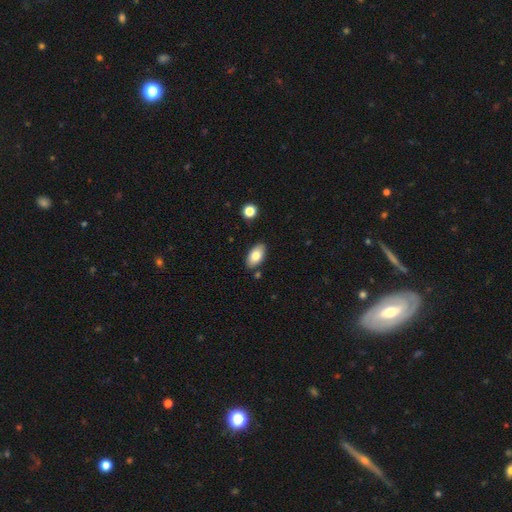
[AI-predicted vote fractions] This appears to be a smooth galaxy with no disk features (80%) that is in between round and cigar-shaped (94%). Merging: none (84%).